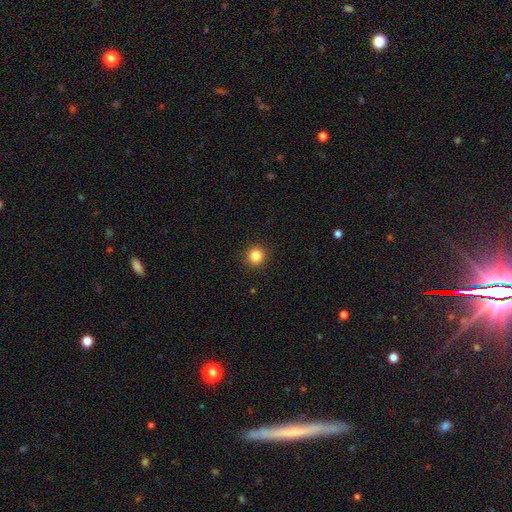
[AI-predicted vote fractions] Morphology: type=smooth (85%); roundness=round (95%); merging=none (93%).